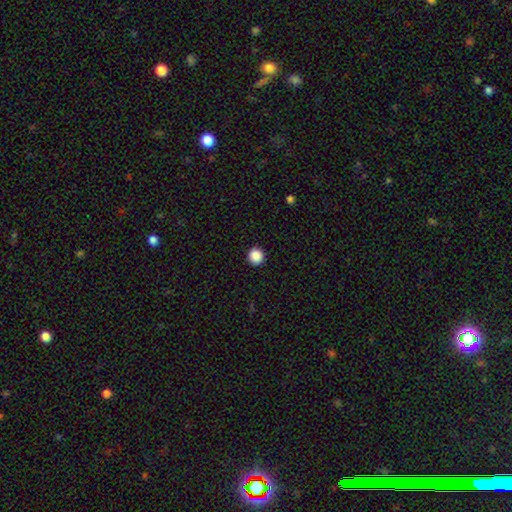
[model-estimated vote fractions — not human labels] Q: Smooth or featured?
A: smooth (88%); runner-up: star or artifact (9%)
Q: How rounded?
A: round (95%); runner-up: in between (4%)
Q: Merging?
A: none (93%); runner-up: minor disturbance (4%)